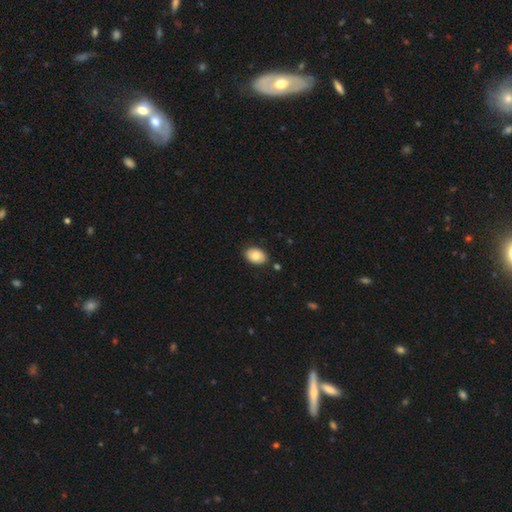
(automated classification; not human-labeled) Smooth or featured? Predicted: smooth (p=0.83). How rounded? Predicted: in between (p=0.86). Merging? Predicted: none (p=0.85).